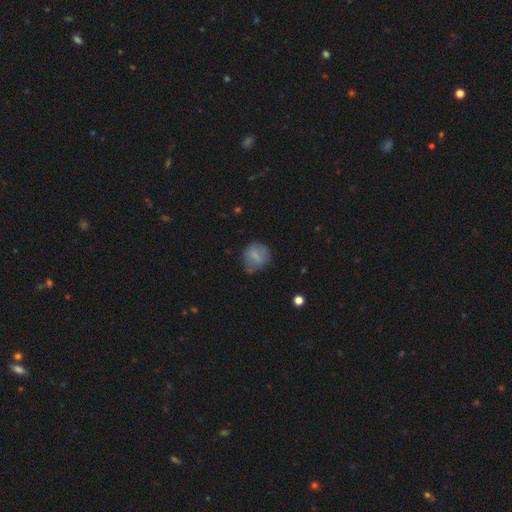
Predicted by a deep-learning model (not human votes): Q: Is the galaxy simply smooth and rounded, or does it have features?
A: smooth — 70%.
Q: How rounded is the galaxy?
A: round — 68%.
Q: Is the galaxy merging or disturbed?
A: none — 59%.